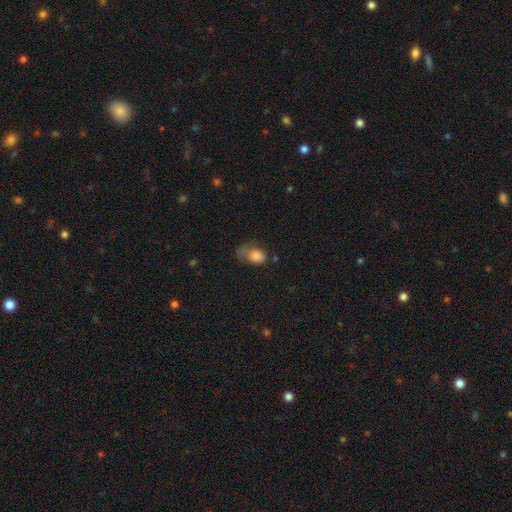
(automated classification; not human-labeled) The model was most divided on "merging": major disturbance: 36%, minor disturbance: 32%, none: 27%, merger: 4%. More confident: how rounded — in between (82%); smooth or featured — smooth (78%).